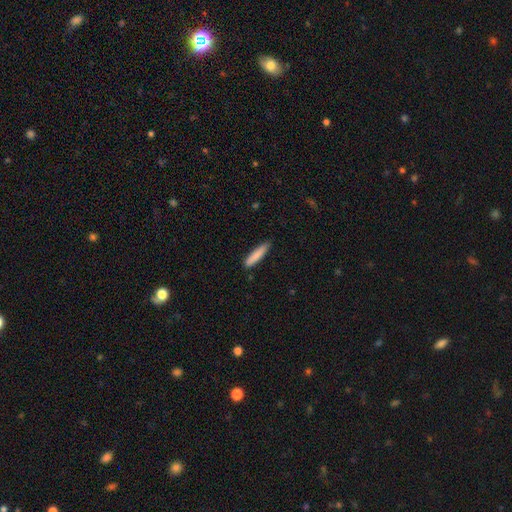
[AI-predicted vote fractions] This is clearly a smooth galaxy (84%). How rounded: clearly cigar-shaped (88%). Merging: clearly none (84%).